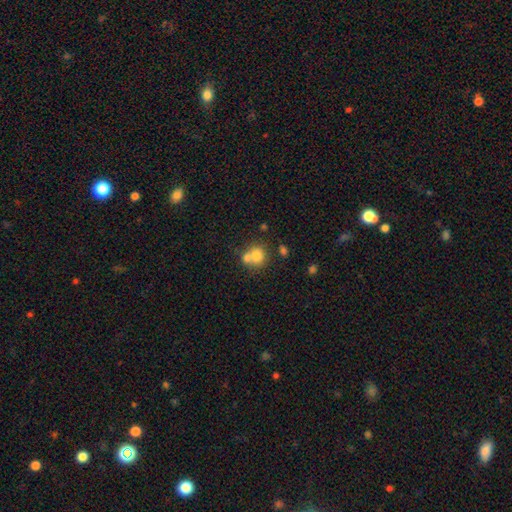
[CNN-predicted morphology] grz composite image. It shows a smooth galaxy with no disk features (75%) that is round (80%). Merging: merger (49%).